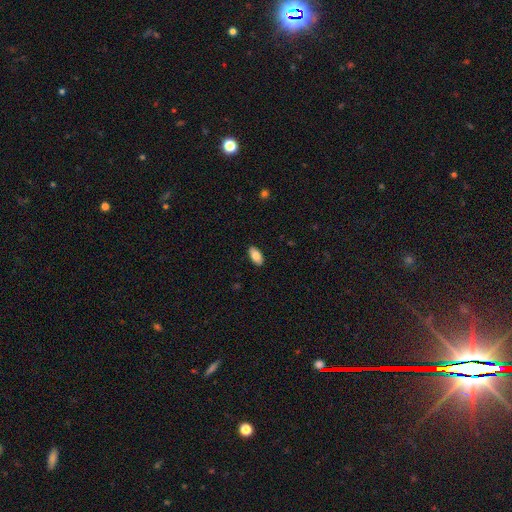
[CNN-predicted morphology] A smooth galaxy with no disk features (83%) that is in between round and cigar-shaped (94%). Merging: none (89%).